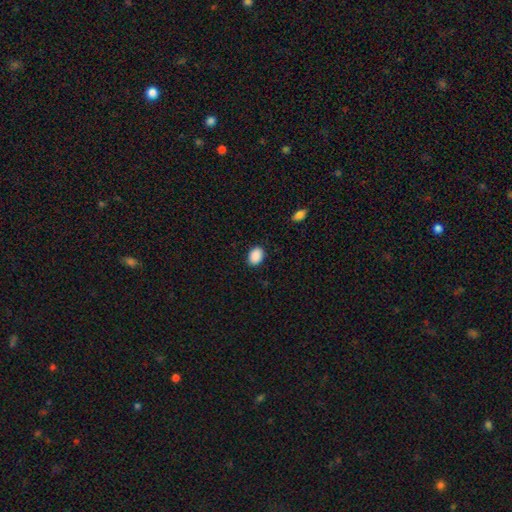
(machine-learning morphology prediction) The model was most divided on "how rounded": in between: 69%, round: 30%, cigar-shaped: 1%. More confident: smooth or featured — smooth (90%); merging — none (88%).